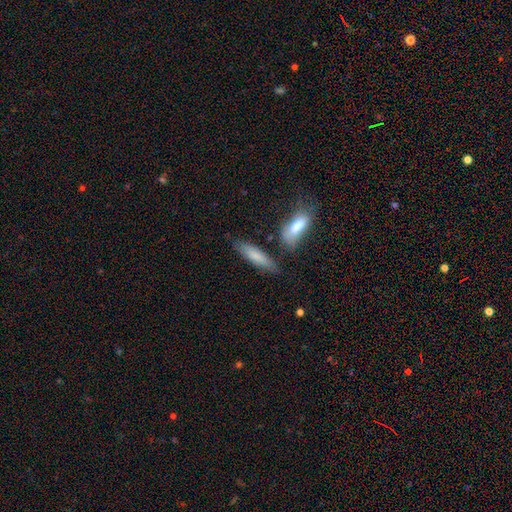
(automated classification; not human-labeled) Smooth or featured?
  - smooth: 77% *
  - featured or disk: 17%
  - star or artifact: 6%
How rounded?
  - cigar-shaped: 66% *
  - in between: 32%
  - round: 2%
Merging?
  - none: 70% *
  - minor disturbance: 16%
  - merger: 10%
  - major disturbance: 4%